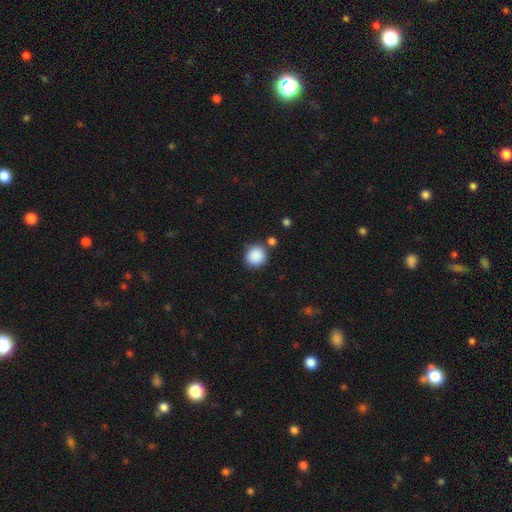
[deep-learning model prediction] smooth 88%, star or artifact 9%, featured or disk 3%. Down the decision tree: how rounded — round (87%); merging — none (80%).